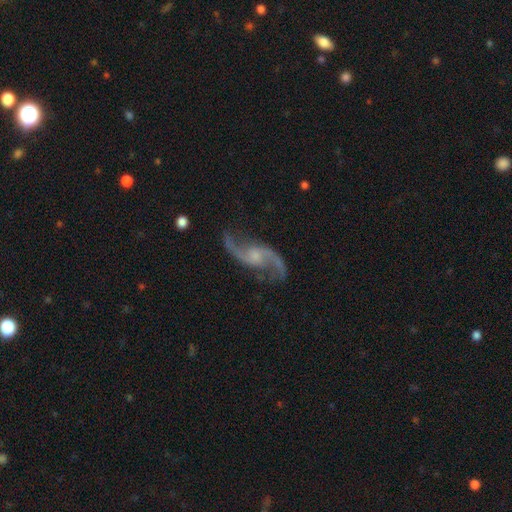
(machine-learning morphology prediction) This is clearly a featured or disk galaxy (92%). It is clearly not viewed edge-on (97%). Bar: possibly no (54%). Spiral arm pattern: clearly yes (98%). Spiral arm count: clearly 2 (94%). Spiral winding: likely loose (79%). Central bulge: possibly small (53%). Merging: likely none (79%).